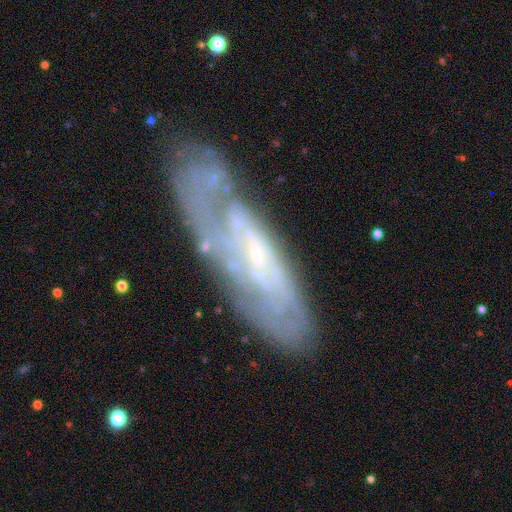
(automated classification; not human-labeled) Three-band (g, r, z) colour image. It shows a featured or disk galaxy (73%) with no bar (53%), spiral arms (74%) and a small central bulge (71%). Merging: none (65%).